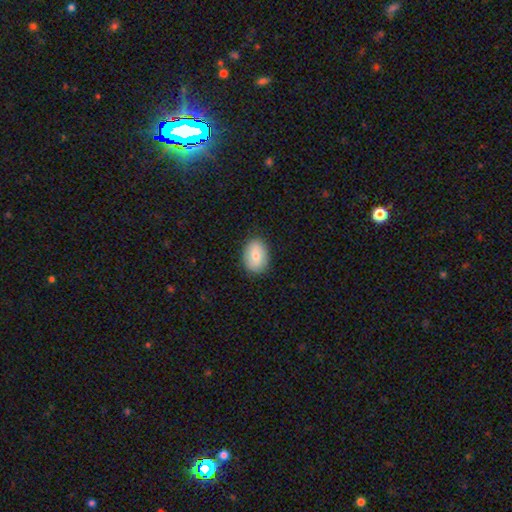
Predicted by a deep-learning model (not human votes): Smooth or featured?
  - smooth: 78% *
  - featured or disk: 15%
  - star or artifact: 7%
How rounded?
  - in between: 78% *
  - round: 21%
  - cigar-shaped: 1%
Merging?
  - none: 87% *
  - minor disturbance: 10%
  - major disturbance: 2%
  - merger: 1%